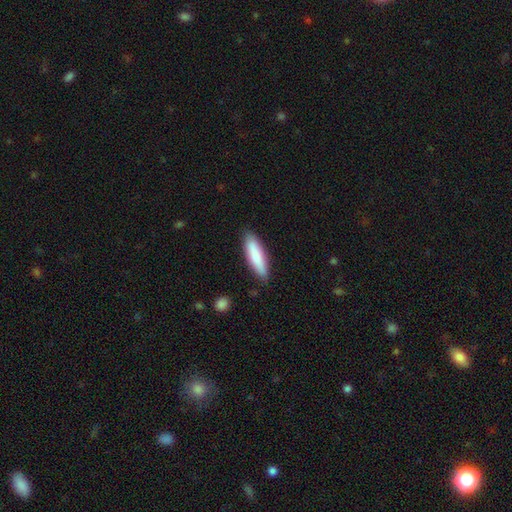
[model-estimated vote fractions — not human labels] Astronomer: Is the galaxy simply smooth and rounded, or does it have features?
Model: smooth — 82%.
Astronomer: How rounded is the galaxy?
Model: cigar-shaped — 66%.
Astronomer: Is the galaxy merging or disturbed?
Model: none — 85%.